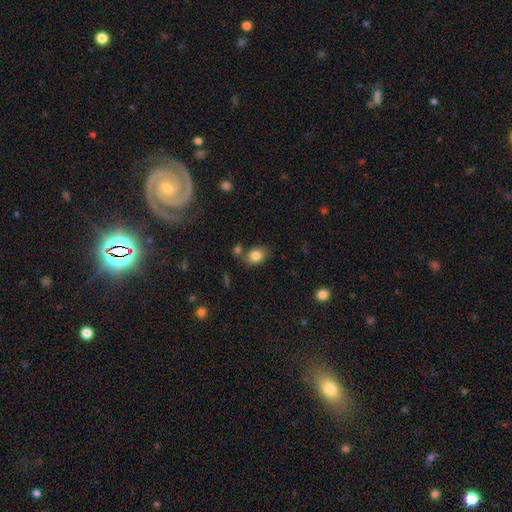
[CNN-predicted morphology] smooth 83%, star or artifact 9%, featured or disk 8%. Down the decision tree: how rounded — in between (63%); merging — none (68%).